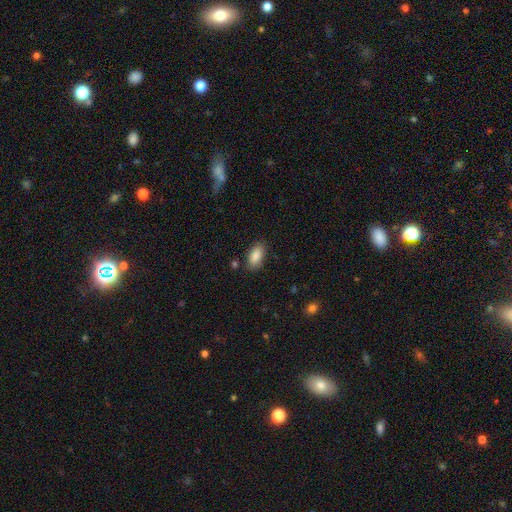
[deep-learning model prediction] smooth 88%, star or artifact 7%, featured or disk 5%. Down the decision tree: how rounded — in between (92%); merging — none (83%).